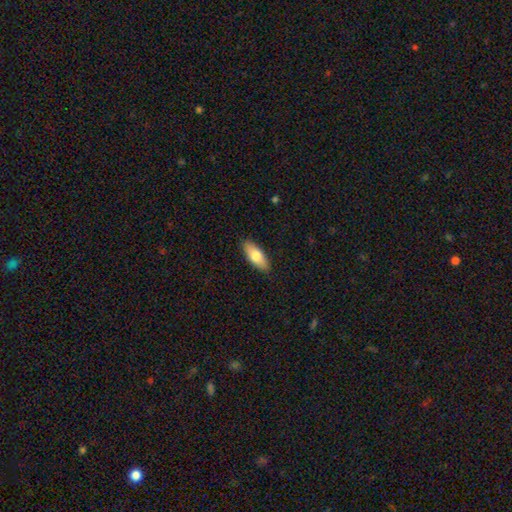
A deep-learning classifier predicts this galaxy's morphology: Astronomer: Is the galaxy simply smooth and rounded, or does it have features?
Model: smooth — 72%.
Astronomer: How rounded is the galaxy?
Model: in between — 75%.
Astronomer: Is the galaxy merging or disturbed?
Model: none — 88%.